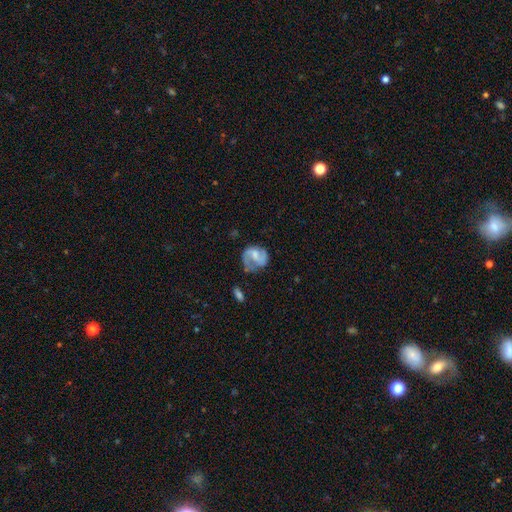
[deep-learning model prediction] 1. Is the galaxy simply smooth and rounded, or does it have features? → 68% featured or disk, 25% smooth, 7% star or artifact.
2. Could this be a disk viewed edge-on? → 98% no, 2% yes.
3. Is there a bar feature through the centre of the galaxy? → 46% weak, 42% no, 13% strong.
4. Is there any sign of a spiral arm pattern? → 88% yes, 12% no.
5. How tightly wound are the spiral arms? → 48% medium, 27% loose, 25% tight.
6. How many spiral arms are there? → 77% 2, 10% 1, 9% can't tell, 2% 3, 1% 4, 1% more than 4.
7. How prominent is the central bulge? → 36% moderate, 32% small, 23% none, 8% large, 1% dominant.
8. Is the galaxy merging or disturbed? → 51% none, 26% minor disturbance, 19% major disturbance, 4% merger.